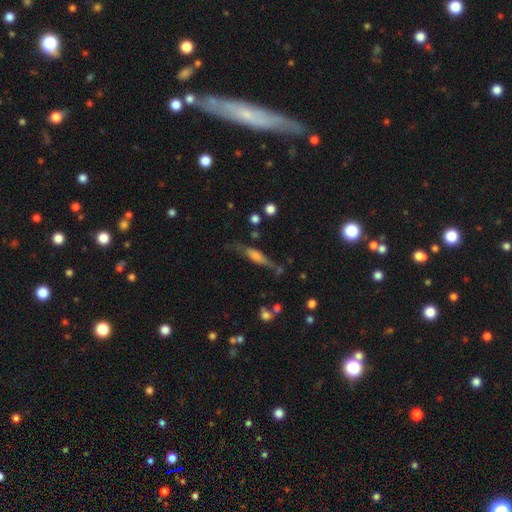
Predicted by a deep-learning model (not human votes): Overall: smooth (48%; featured or disk 44%). Merging: none (58%; minor disturbance 25%).